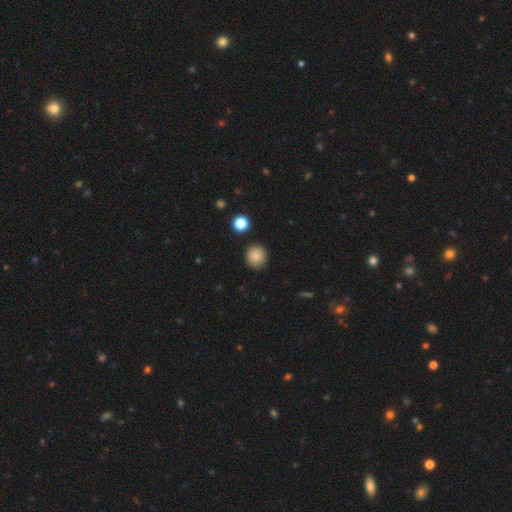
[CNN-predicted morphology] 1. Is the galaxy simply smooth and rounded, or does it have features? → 86% smooth, 10% star or artifact, 5% featured or disk.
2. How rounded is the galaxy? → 90% round, 9% in between, 1% cigar-shaped.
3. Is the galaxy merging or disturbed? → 89% none, 7% minor disturbance, 2% major disturbance, 2% merger.